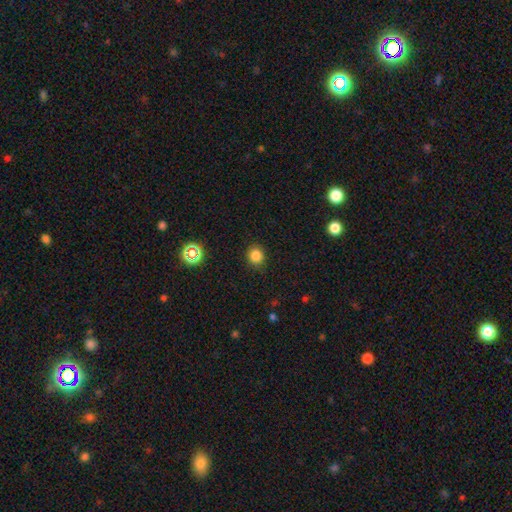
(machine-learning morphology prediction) This is clearly a smooth galaxy (82%). How rounded: likely round (78%). Merging: clearly none (89%).